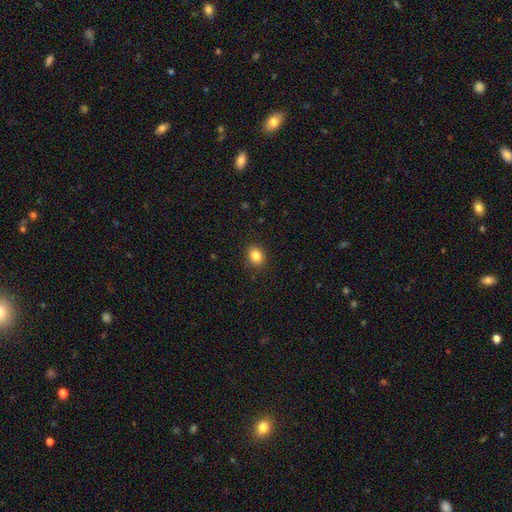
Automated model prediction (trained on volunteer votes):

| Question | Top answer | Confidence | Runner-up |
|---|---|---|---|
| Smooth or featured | smooth | 85% | star or artifact (10%) |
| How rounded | in between | 51% | round (48%) |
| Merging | none | 89% | minor disturbance (8%) |